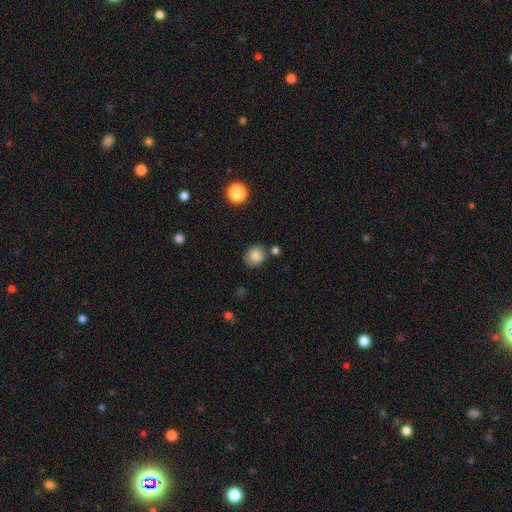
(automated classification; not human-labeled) Smooth or featured? Predicted: smooth (p=0.85). How rounded? Predicted: round (p=0.74). Merging? Predicted: none (p=0.72).